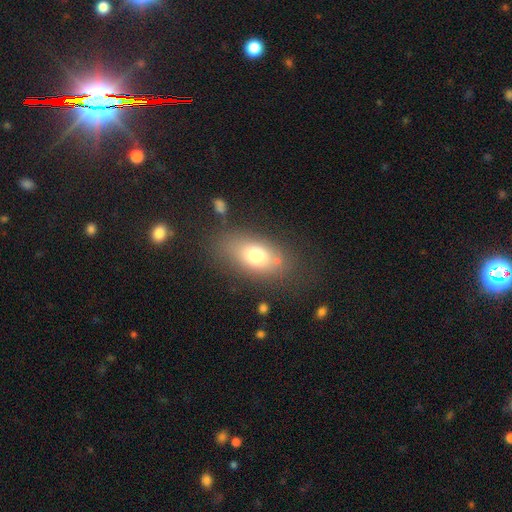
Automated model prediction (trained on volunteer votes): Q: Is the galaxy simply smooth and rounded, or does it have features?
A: smooth — 73%.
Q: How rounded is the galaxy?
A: in between — 84%.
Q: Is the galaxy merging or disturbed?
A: none — 72%.